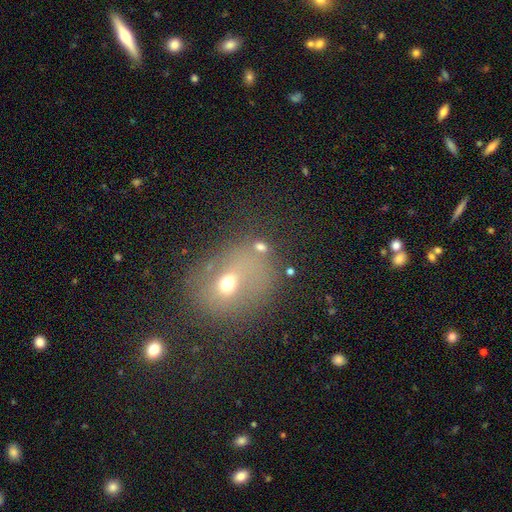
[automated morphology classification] Smooth or featured: smooth — 55% (featured or disk — 23%)
How rounded: round — 54% (in between — 45%)
Merging: none — 57% (minor disturbance — 20%)